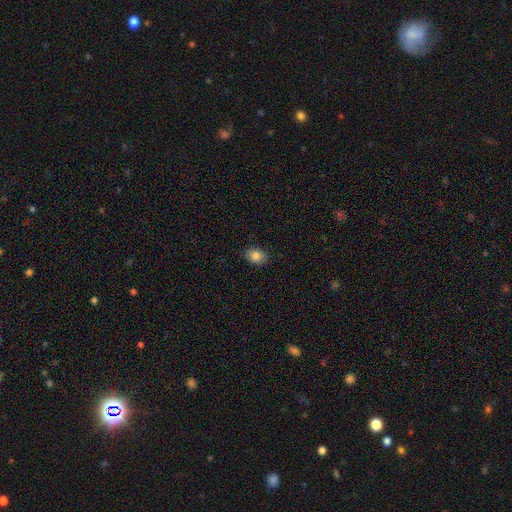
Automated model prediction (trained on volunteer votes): smooth-or-featured: smooth: 83% | star or artifact: 9% | featured or disk: 7%
  how-rounded: in between: 70% | round: 29% | cigar-shaped: 1%
  merging: none: 87% | minor disturbance: 10% | major disturbance: 2% | merger: 1%